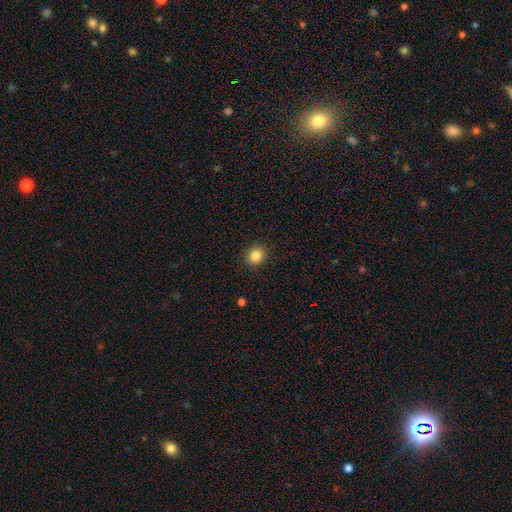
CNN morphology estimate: The model was most divided on "how rounded": round: 76%, in between: 23%, cigar-shaped: 1%. More confident: merging — none (90%); smooth or featured — smooth (85%).